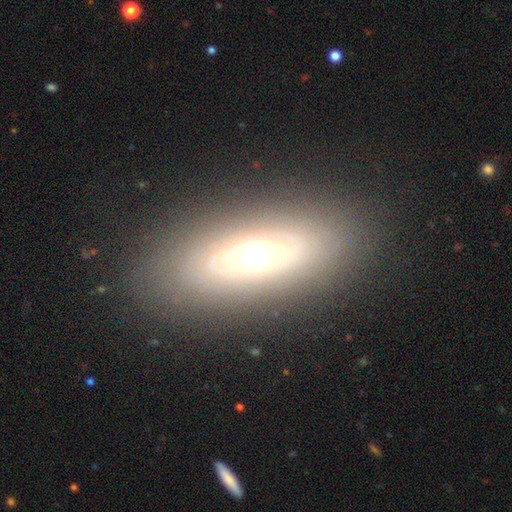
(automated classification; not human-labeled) smooth-or-featured: featured or disk: 47% | smooth: 40% | star or artifact: 13%
  merging: none: 83% | minor disturbance: 10% | major disturbance: 5% | merger: 2%